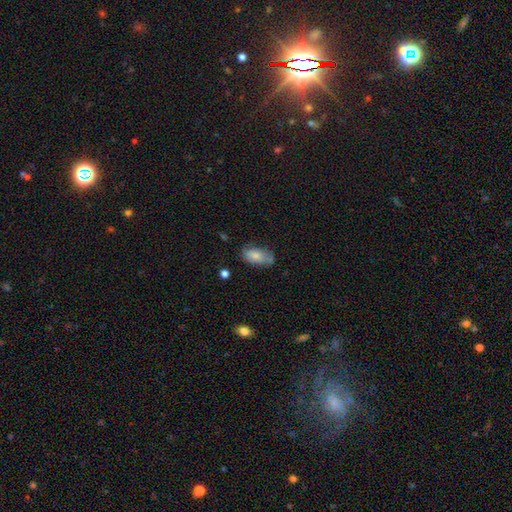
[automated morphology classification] Smooth or featured? Predicted: smooth (p=0.78). How rounded? Predicted: in between (p=0.92). Merging? Predicted: none (p=0.63).